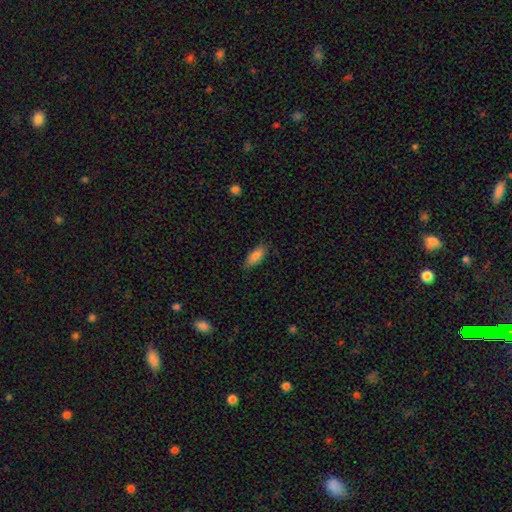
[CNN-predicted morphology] A smooth galaxy with no disk features (85%) that is in between round and cigar-shaped (80%). Merging: none (82%).